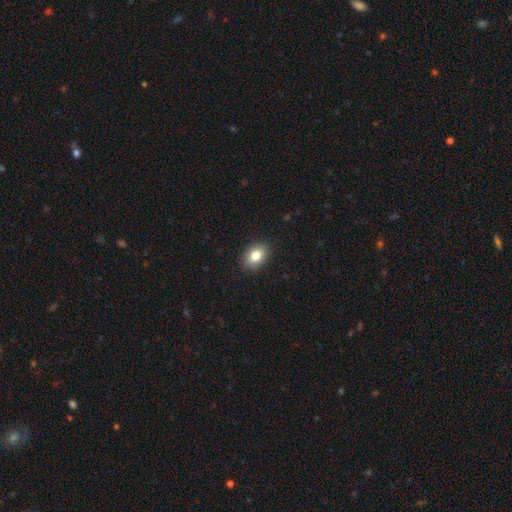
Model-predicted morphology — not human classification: smooth-or-featured: smooth: 81% | featured or disk: 10% | star or artifact: 9%
  how-rounded: in between: 77% | round: 22% | cigar-shaped: 1%
  merging: none: 89% | minor disturbance: 8% | major disturbance: 2% | merger: 1%